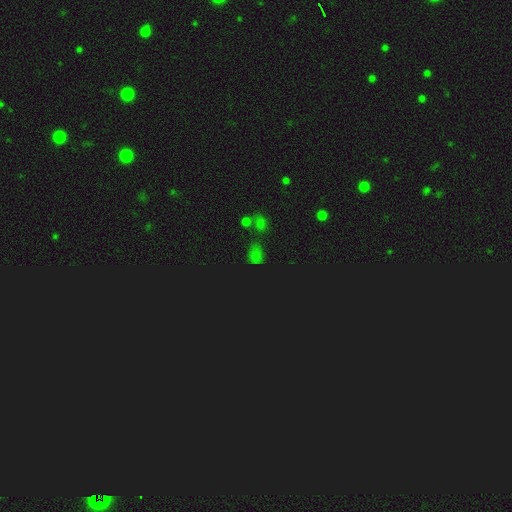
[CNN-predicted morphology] The model was most divided on "smooth or featured": star or artifact: 54%, smooth: 39%, featured or disk: 8%.